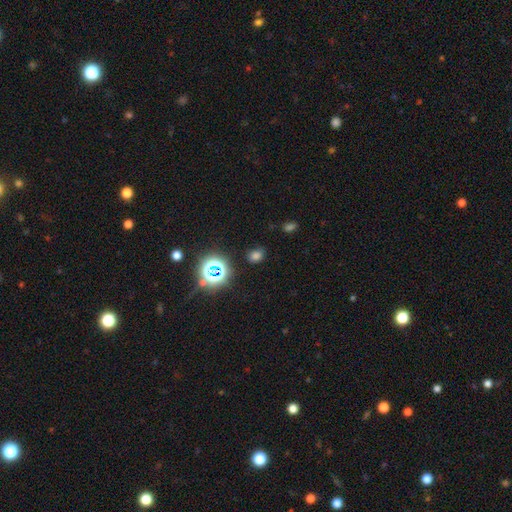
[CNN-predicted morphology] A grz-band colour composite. It shows a smooth galaxy with no disk features (66%) that is in between round and cigar-shaped (53%). Merging: none (79%).